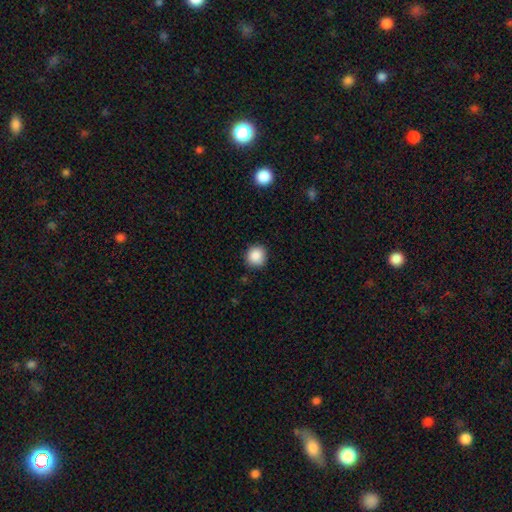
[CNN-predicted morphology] smooth_or_featured: smooth (p=0.88) [alt: star or artifact p=0.09]
how_rounded: round (p=0.92) [alt: in between p=0.07]
merging: none (p=0.87) [alt: minor disturbance p=0.10]